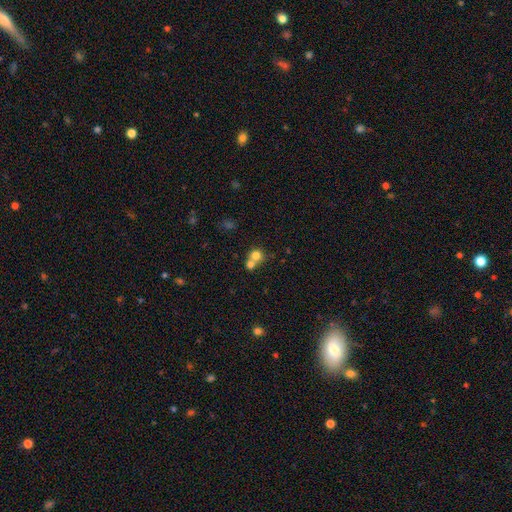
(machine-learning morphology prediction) A smooth galaxy with no disk features (75%) that is round (84%). Merging: merger (58%).